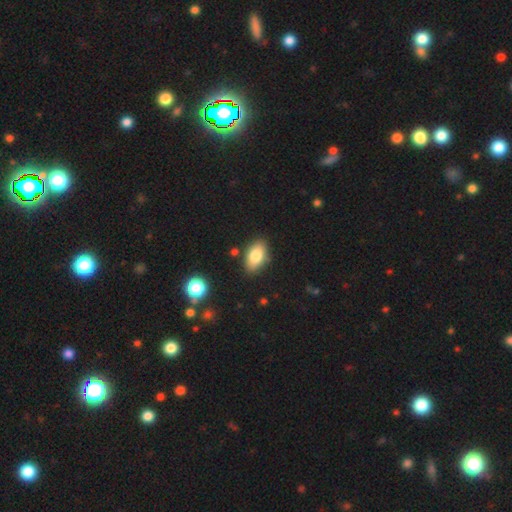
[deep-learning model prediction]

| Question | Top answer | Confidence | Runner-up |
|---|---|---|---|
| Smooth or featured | smooth | 81% | featured or disk (11%) |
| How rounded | in between | 91% | round (6%) |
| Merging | none | 83% | minor disturbance (11%) |